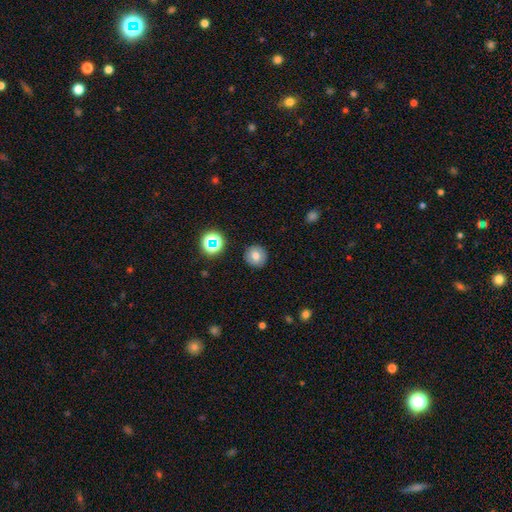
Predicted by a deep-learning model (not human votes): smooth 72%, star or artifact 15%, featured or disk 13%. Down the decision tree: how rounded — round (93%); merging — none (90%).